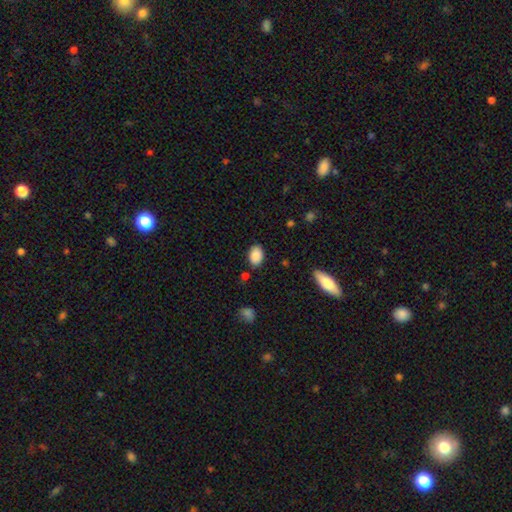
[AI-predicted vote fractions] Smooth or featured?
  - smooth: 88% *
  - star or artifact: 8%
  - featured or disk: 4%
How rounded?
  - in between: 86% *
  - round: 13%
  - cigar-shaped: 1%
Merging?
  - none: 83% *
  - minor disturbance: 12%
  - major disturbance: 3%
  - merger: 3%